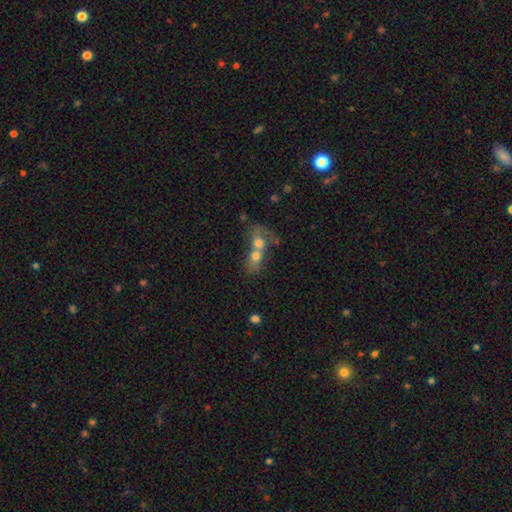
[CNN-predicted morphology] Smooth or featured? Predicted: smooth (p=0.51). How rounded? Predicted: in between (p=0.60). Merging? Predicted: merger (p=0.66).